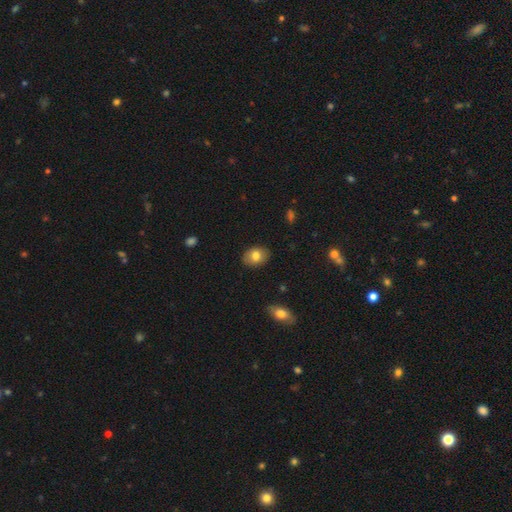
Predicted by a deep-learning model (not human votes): This is likely a smooth galaxy (78%). How rounded: likely in between (73%). Merging: clearly none (87%).